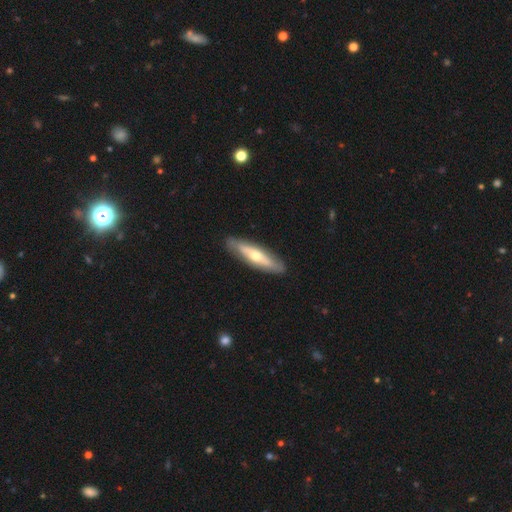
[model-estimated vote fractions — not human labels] Smooth or featured?
  - featured or disk: 51% *
  - smooth: 44%
  - star or artifact: 5%
Edge-on disk?
  - yes: 62% *
  - no: 38%
Merging?
  - none: 86% *
  - minor disturbance: 10%
  - major disturbance: 2%
  - merger: 1%